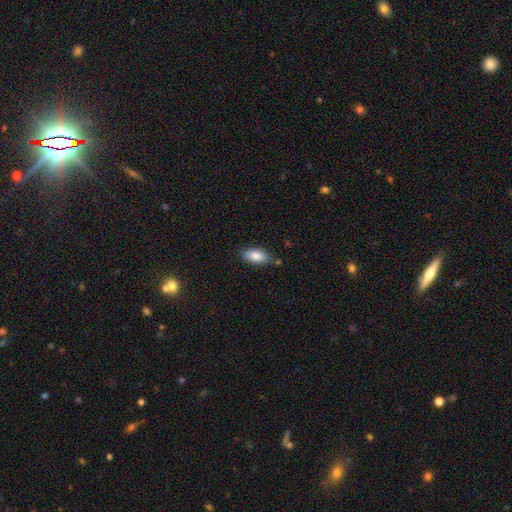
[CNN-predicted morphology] type=smooth (83%); roundness=in between (88%); merging=none (77%).